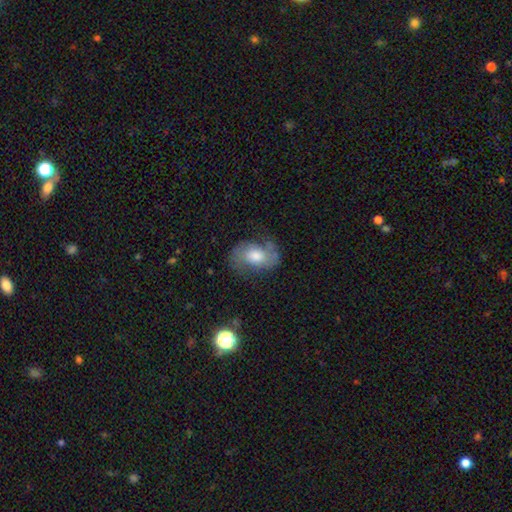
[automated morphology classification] smooth-or-featured: featured or disk: 62% | smooth: 30% | star or artifact: 8%
  disk-edge-on: no: 96% | yes: 4%
    bar: no: 64% | weak: 29% | strong: 6%
    has-spiral-arms: yes: 84% | no: 16%
      spiral-winding: medium: 46% | loose: 34% | tight: 20%
      spiral-arm-count: 2: 86% | can't tell: 8% | 1: 3% | 3: 1% | 4: 1% | more than 4: 1%
    bulge-size: moderate: 50% | large: 32% | small: 12% | dominant: 3% | none: 3%
  merging: none: 64% | minor disturbance: 21% | major disturbance: 12% | merger: 2%